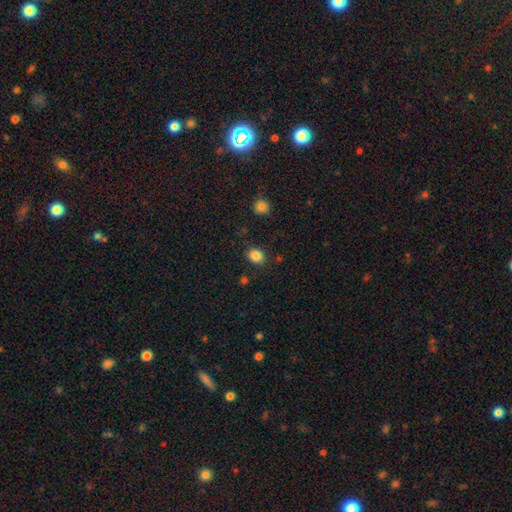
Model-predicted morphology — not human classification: The model was most divided on "how rounded": in between: 51%, round: 48%, cigar-shaped: 1%. More confident: smooth or featured — smooth (85%); merging — none (85%).